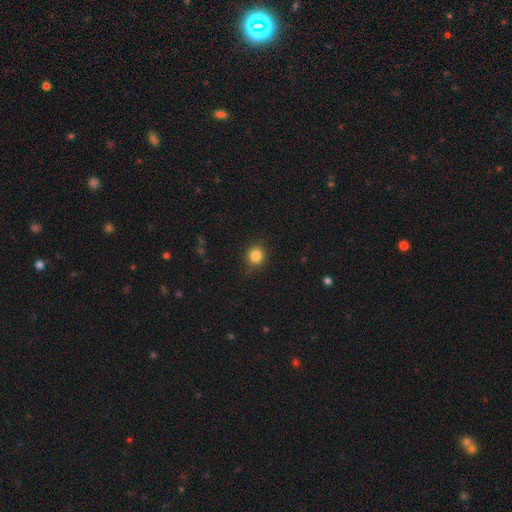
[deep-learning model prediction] A smooth galaxy with no disk features (84%) that is round (87%). Merging: none (86%).